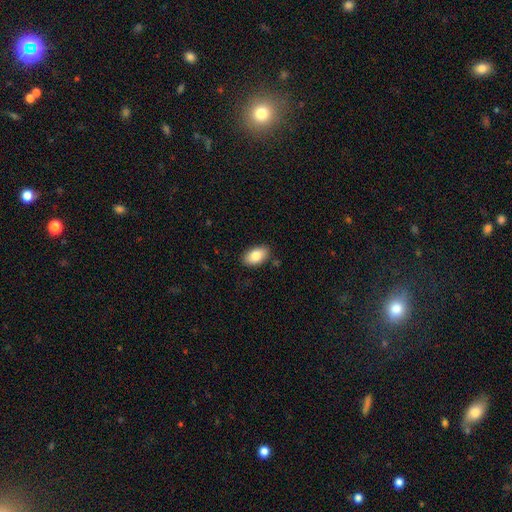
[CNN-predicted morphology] Q: Smooth or featured?
A: smooth (83%); runner-up: featured or disk (10%)
Q: How rounded?
A: in between (92%); runner-up: round (6%)
Q: Merging?
A: none (87%); runner-up: minor disturbance (10%)